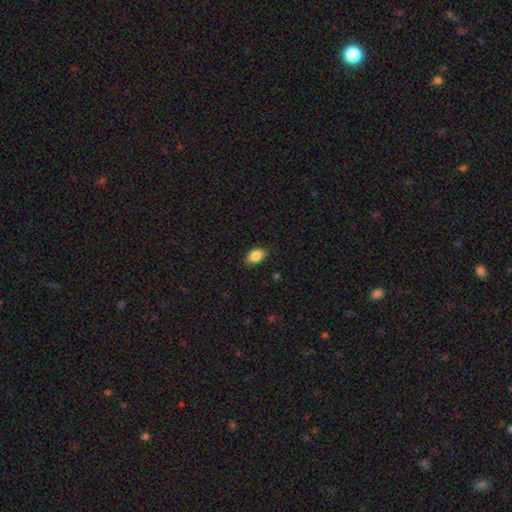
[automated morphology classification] A smooth galaxy with no disk features (87%) that is in between round and cigar-shaped (88%).

Vote fractions:
- Smooth or featured? smooth: 87% / star or artifact: 7% / featured or disk: 6%
- How rounded? in between: 88% / round: 11% / cigar-shaped: 2%
- Merging? none: 86% / minor disturbance: 11% / major disturbance: 2% / merger: 1%